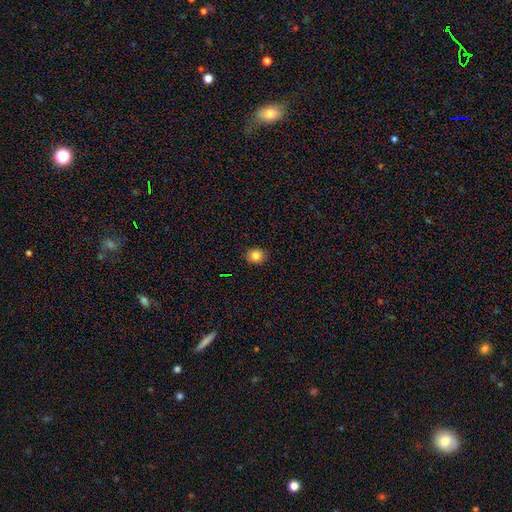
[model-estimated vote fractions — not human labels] A smooth galaxy with no disk features (83%) that is round (70%). Merging: none (89%).